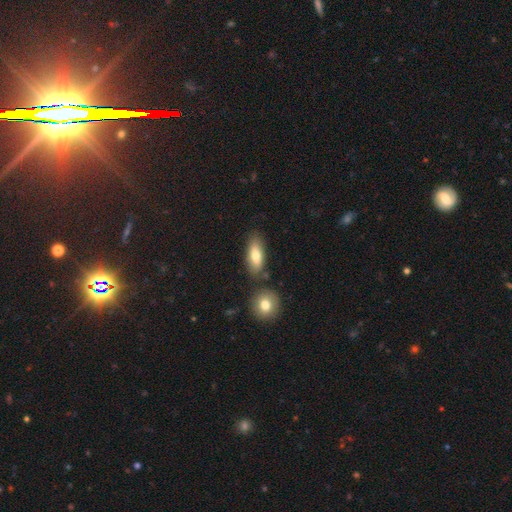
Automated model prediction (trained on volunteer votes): Smooth or featured?
  - smooth: 74% *
  - featured or disk: 19%
  - star or artifact: 7%
How rounded?
  - in between: 78% *
  - cigar-shaped: 19%
  - round: 4%
Merging?
  - none: 71% *
  - minor disturbance: 14%
  - merger: 11%
  - major disturbance: 4%